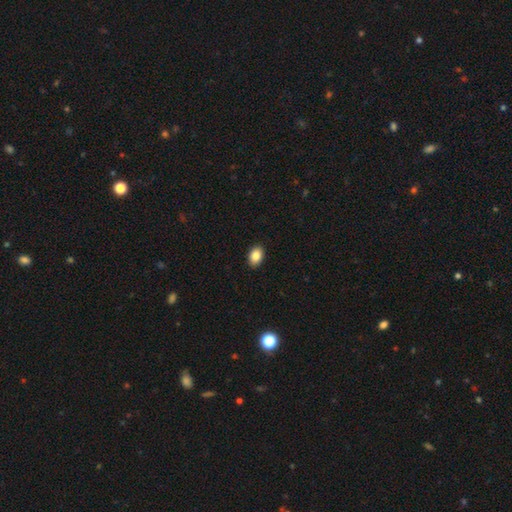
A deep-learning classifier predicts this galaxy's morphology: Smooth or featured: smooth — 86% (star or artifact — 8%)
How rounded: in between — 82% (round — 17%)
Merging: none — 91% (minor disturbance — 7%)